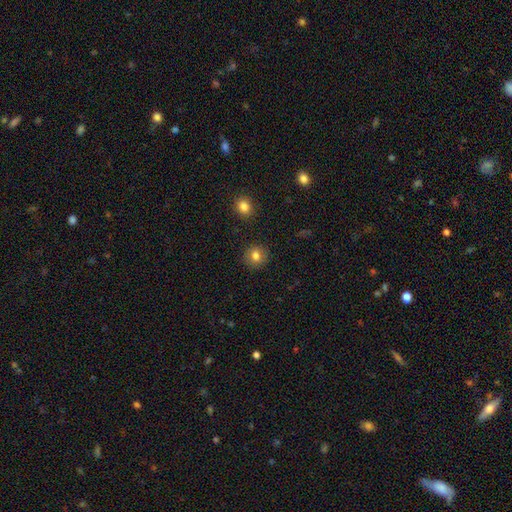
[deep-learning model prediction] The model was most divided on "smooth or featured": smooth: 79%, star or artifact: 11%, featured or disk: 10%. More confident: merging — none (90%); how rounded — round (88%).